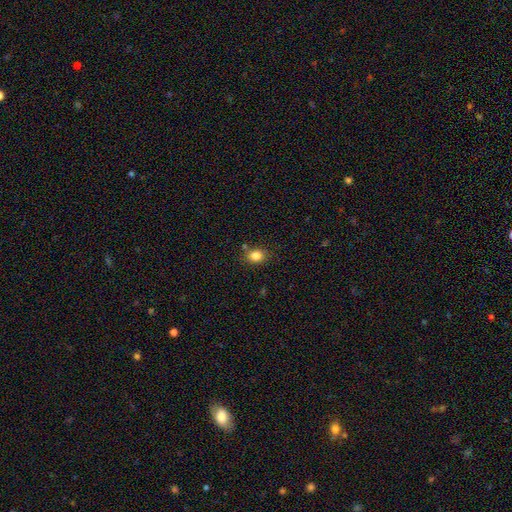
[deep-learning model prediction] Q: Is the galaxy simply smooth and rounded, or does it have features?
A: smooth — 83%.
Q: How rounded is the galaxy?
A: round — 52%.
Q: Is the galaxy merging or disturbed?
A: none — 77%.